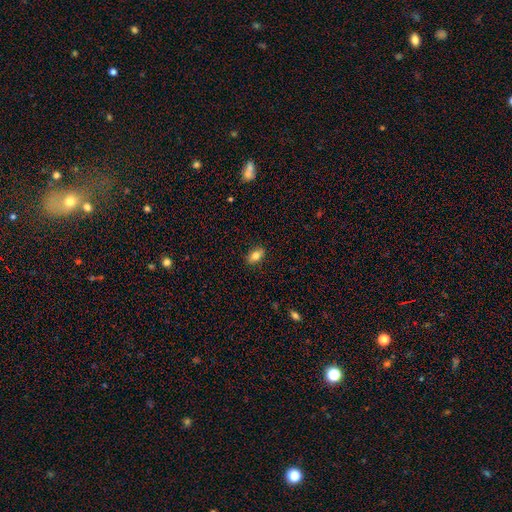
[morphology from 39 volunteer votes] type=smooth (72%); roundness=in between (82%); merging=none (92%).